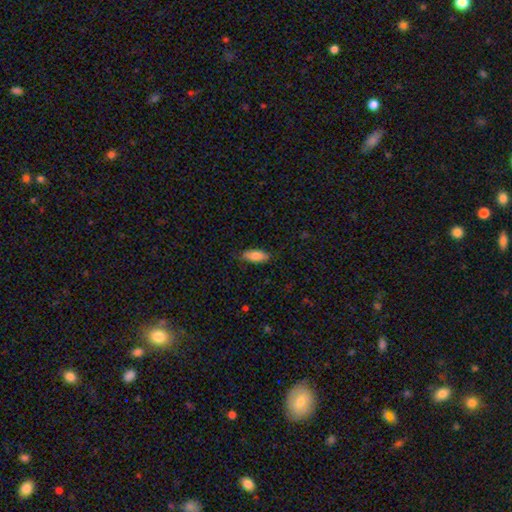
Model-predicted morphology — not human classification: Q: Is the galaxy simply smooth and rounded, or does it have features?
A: smooth — 83%.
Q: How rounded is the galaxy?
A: in between — 77%.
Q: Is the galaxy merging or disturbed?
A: none — 82%.